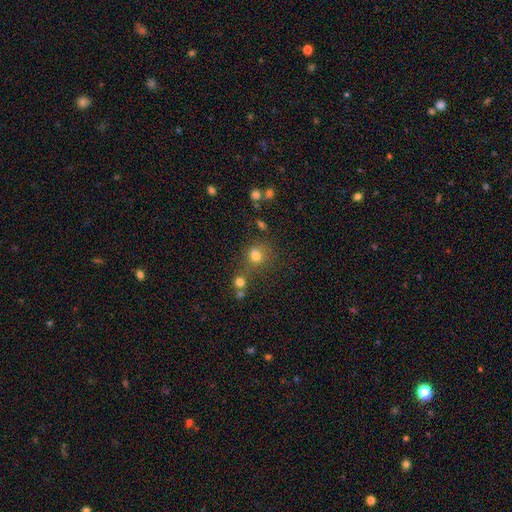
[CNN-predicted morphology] smooth 75%, star or artifact 16%, featured or disk 8%. Down the decision tree: how rounded — round (75%); merging — none (57%).